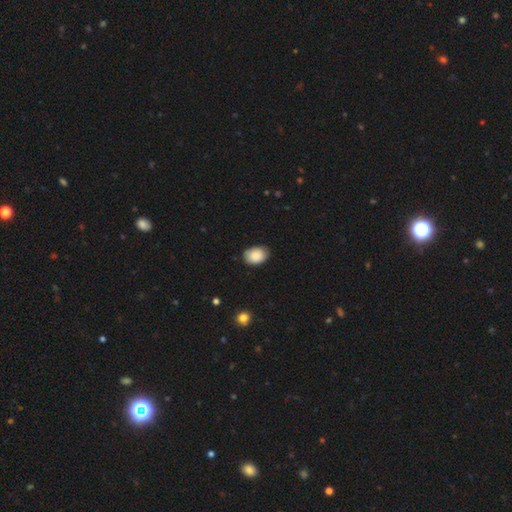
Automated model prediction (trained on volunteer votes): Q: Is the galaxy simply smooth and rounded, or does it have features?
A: smooth — 89%.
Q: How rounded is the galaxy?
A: in between — 80%.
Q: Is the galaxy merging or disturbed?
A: none — 83%.